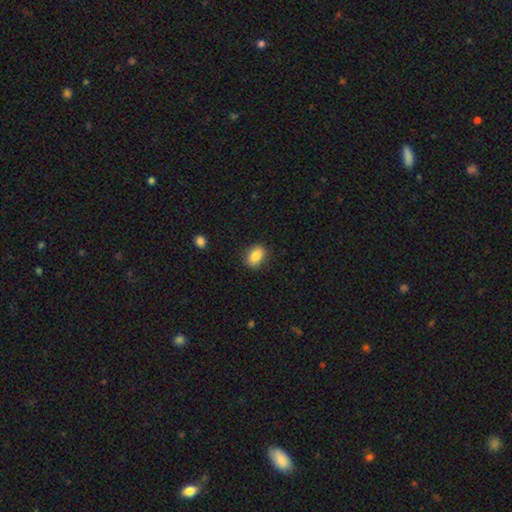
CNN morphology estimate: smooth 86%, star or artifact 8%, featured or disk 5%. Down the decision tree: how rounded — in between (73%); merging — none (87%).